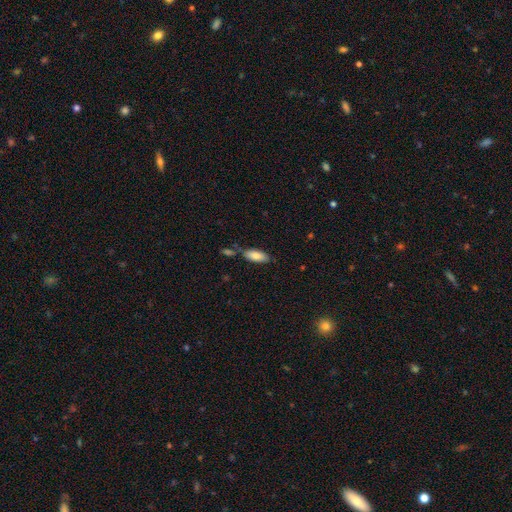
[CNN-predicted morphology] The model was most divided on "merging": none: 69%, minor disturbance: 16%, merger: 11%, major disturbance: 4%. More confident: smooth or featured — smooth (82%); how rounded — in between (80%).